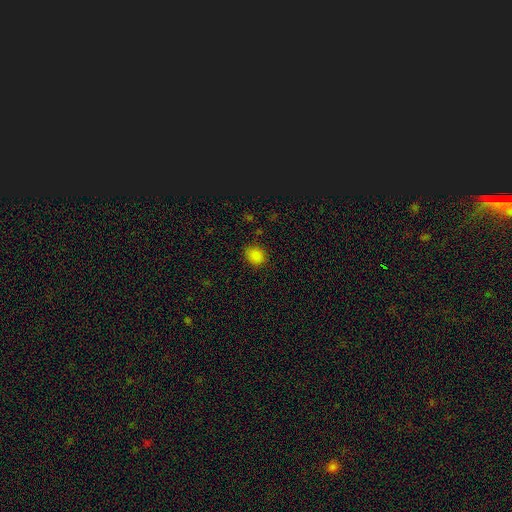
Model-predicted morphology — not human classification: Smooth or featured?
  - smooth: 83% *
  - star or artifact: 13%
  - featured or disk: 4%
How rounded?
  - round: 66% *
  - in between: 33%
  - cigar-shaped: 1%
Merging?
  - none: 83% *
  - minor disturbance: 13%
  - major disturbance: 3%
  - merger: 1%